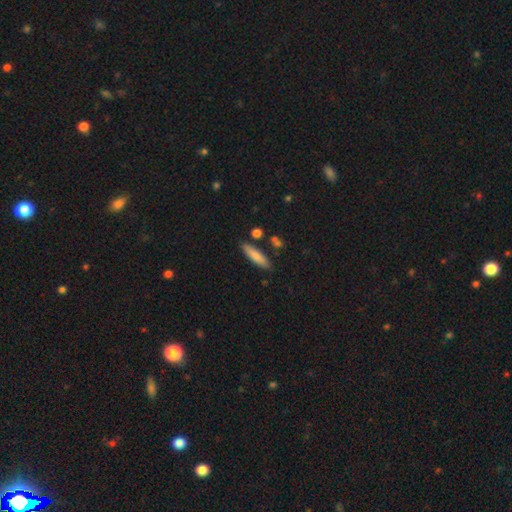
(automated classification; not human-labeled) smooth-or-featured: smooth: 78% | featured or disk: 16% | star or artifact: 6%
  how-rounded: cigar-shaped: 77% | in between: 22% | round: 2%
  merging: none: 83% | minor disturbance: 11% | merger: 4% | major disturbance: 2%